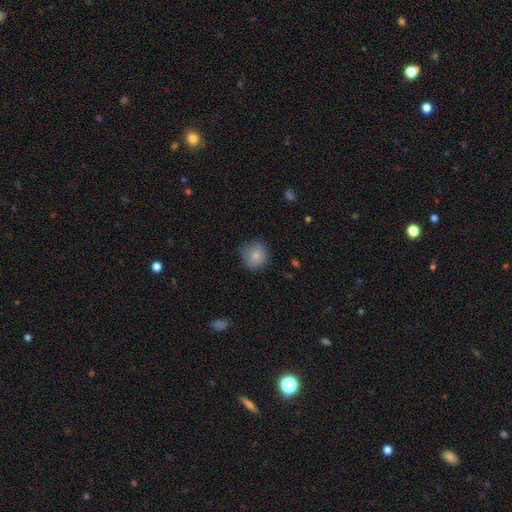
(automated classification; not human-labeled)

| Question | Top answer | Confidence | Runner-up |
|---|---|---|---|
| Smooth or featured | smooth | 81% | star or artifact (9%) |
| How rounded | round | 91% | in between (8%) |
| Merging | none | 80% | minor disturbance (16%) |